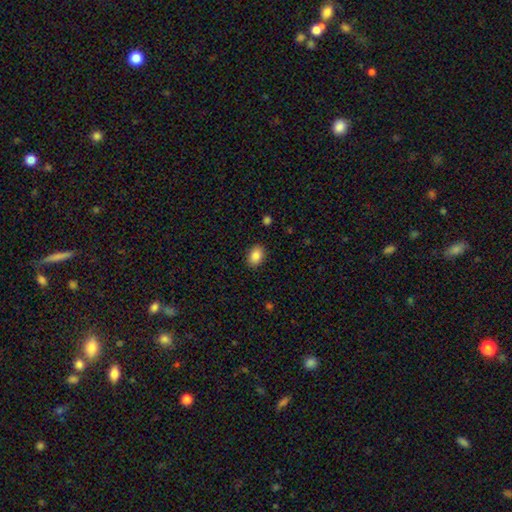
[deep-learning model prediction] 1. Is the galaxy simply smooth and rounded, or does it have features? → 87% smooth, 8% star or artifact, 5% featured or disk.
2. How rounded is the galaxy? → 78% in between, 21% round, 1% cigar-shaped.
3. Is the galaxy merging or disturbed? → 88% none, 8% minor disturbance, 2% major disturbance, 1% merger.